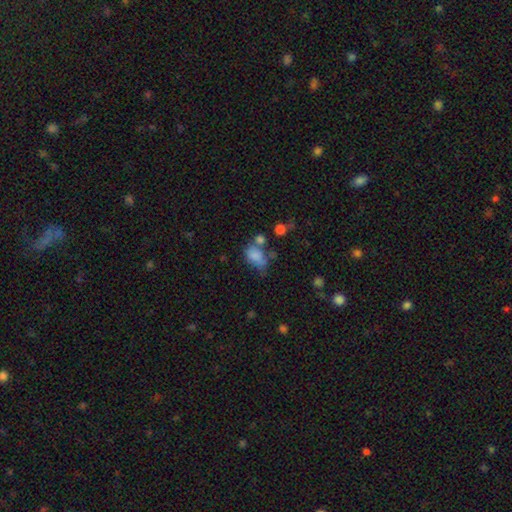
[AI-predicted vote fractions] Morphology: type=smooth (75%); roundness=in between (77%); merging=none (29%).